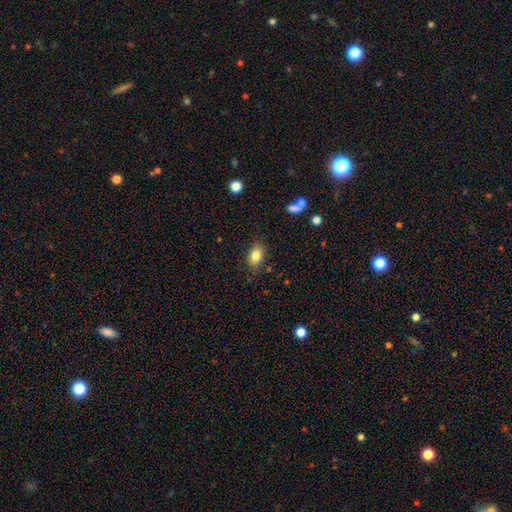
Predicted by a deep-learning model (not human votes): smooth-or-featured: smooth: 83% | featured or disk: 8% | star or artifact: 8%
  how-rounded: in between: 87% | round: 11% | cigar-shaped: 2%
  merging: none: 83% | minor disturbance: 12% | major disturbance: 3% | merger: 2%